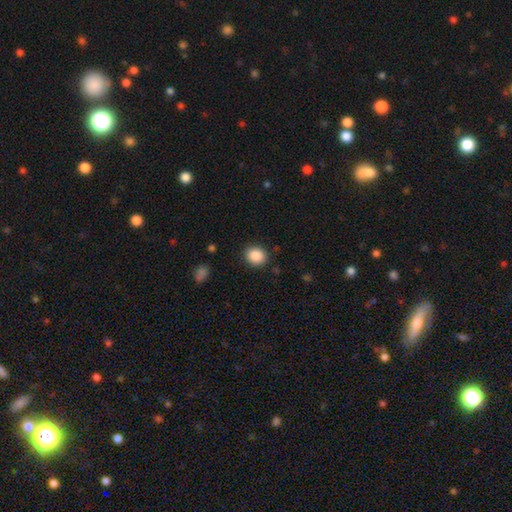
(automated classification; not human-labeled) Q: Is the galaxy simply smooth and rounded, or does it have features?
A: smooth — 88%.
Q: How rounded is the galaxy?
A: round — 77%.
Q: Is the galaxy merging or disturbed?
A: none — 89%.